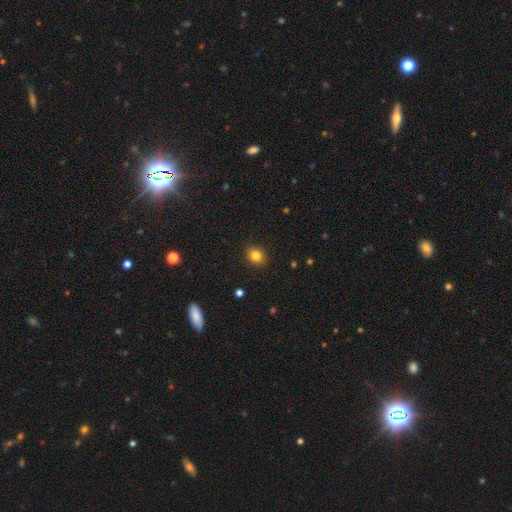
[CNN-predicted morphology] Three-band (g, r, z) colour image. It shows a smooth galaxy with no disk features (83%) that is round (61%). Merging: none (89%).